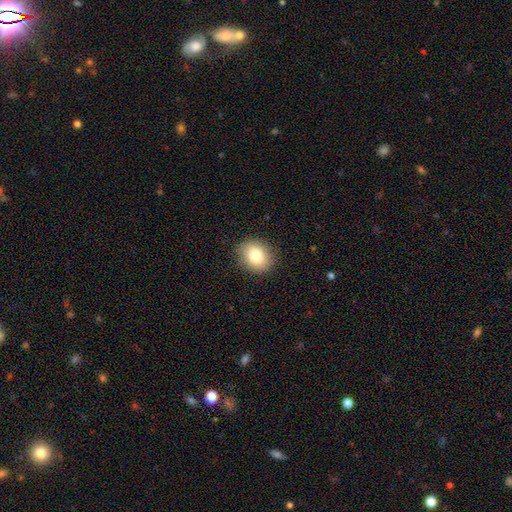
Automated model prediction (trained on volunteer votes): Morphology: type=smooth (83%); roundness=round (52%); merging=none (87%).